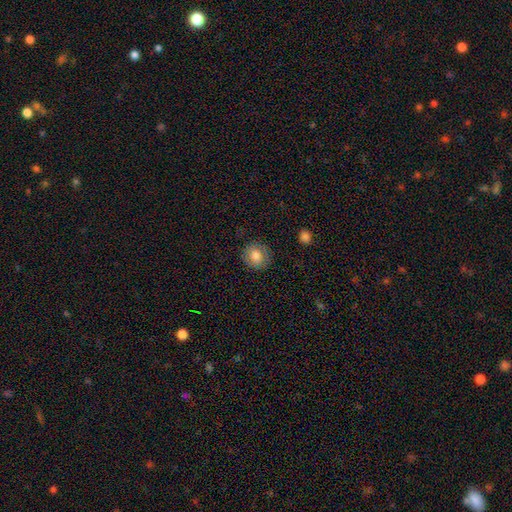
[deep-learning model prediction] smooth 80%, featured or disk 12%, star or artifact 8%. Down the decision tree: how rounded — round (84%); merging — none (84%).